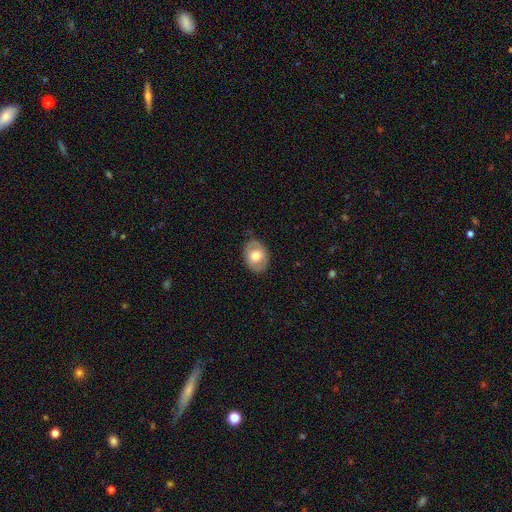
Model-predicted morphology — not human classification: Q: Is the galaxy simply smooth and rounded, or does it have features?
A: smooth — 65%.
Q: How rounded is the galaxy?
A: in between — 71%.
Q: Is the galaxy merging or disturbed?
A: none — 80%.